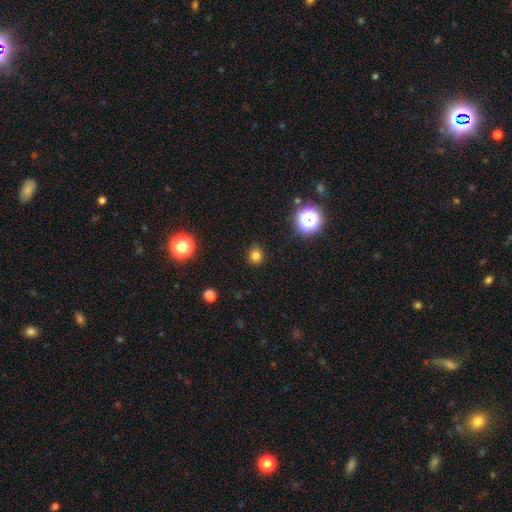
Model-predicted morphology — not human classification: Smooth or featured?
  - smooth: 79% *
  - star or artifact: 16%
  - featured or disk: 5%
How rounded?
  - round: 84% *
  - in between: 15%
  - cigar-shaped: 1%
Merging?
  - none: 88% *
  - minor disturbance: 9%
  - major disturbance: 2%
  - merger: 1%